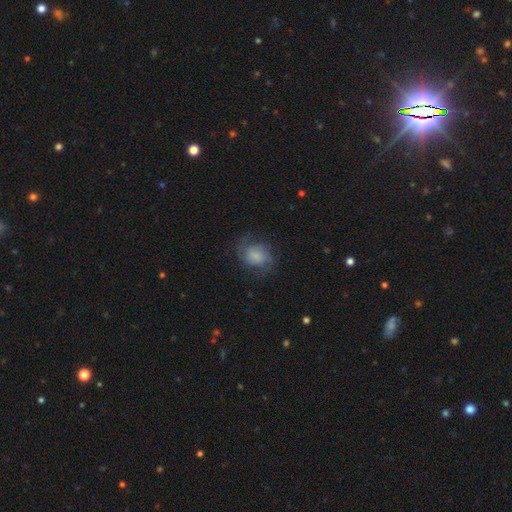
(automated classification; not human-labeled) Smooth or featured: smooth — 59% (featured or disk — 31%)
How rounded: round — 58% (in between — 41%)
Merging: none — 61% (minor disturbance — 22%)